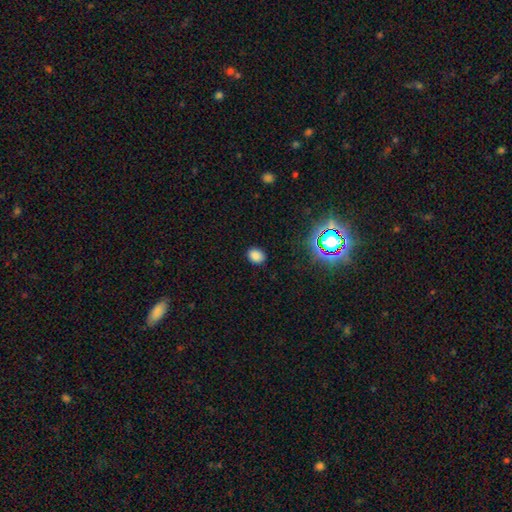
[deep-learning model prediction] smooth-or-featured: smooth: 82% | star or artifact: 14% | featured or disk: 4%
  how-rounded: in between: 54% | round: 45% | cigar-shaped: 1%
  merging: none: 88% | minor disturbance: 9% | major disturbance: 3% | merger: 1%